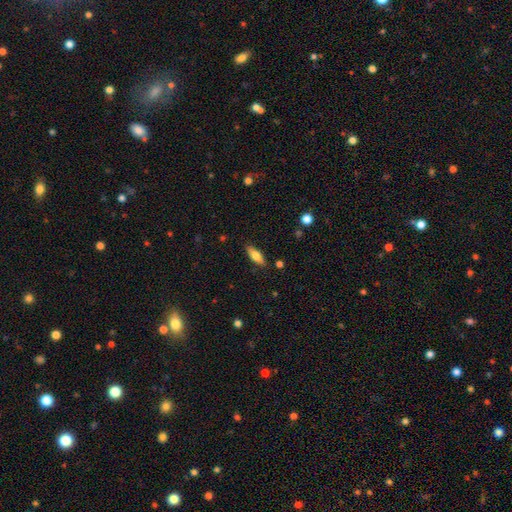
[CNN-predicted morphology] This appears to be a smooth galaxy with no disk features (69%) that is in between round and cigar-shaped (64%). Merging: none (86%).